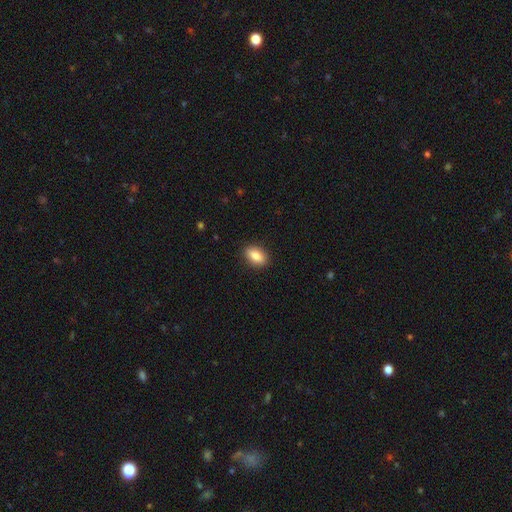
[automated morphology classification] The model was most divided on "smooth or featured": smooth: 85%, featured or disk: 8%, star or artifact: 7%. More confident: merging — none (90%); how rounded — in between (87%).